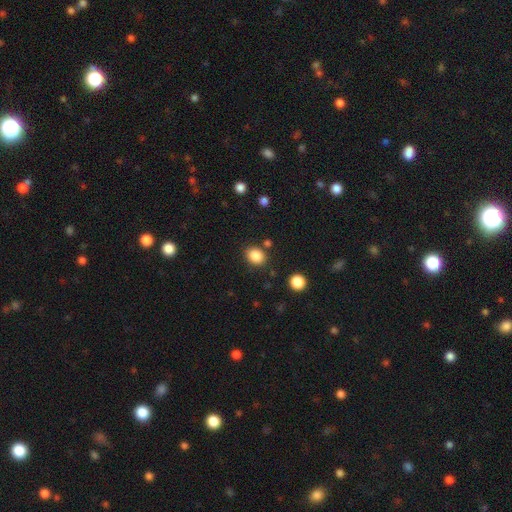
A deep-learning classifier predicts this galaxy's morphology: Q: Smooth or featured?
A: smooth (86%); runner-up: star or artifact (10%)
Q: How rounded?
A: round (50%); runner-up: in between (49%)
Q: Merging?
A: none (81%); runner-up: minor disturbance (10%)